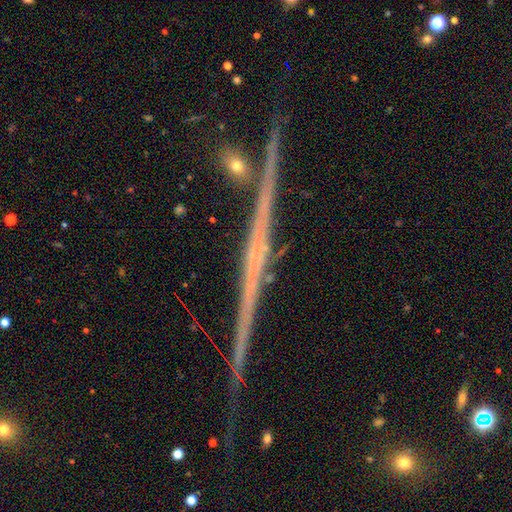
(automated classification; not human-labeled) Q: Smooth or featured?
A: featured or disk (73%); runner-up: star or artifact (14%)
Q: Edge-on disk?
A: yes (98%); runner-up: no (2%)
Q: Edge-on bulge?
A: none (64%); runner-up: rounded (25%)
Q: Merging?
A: none (89%); runner-up: minor disturbance (7%)